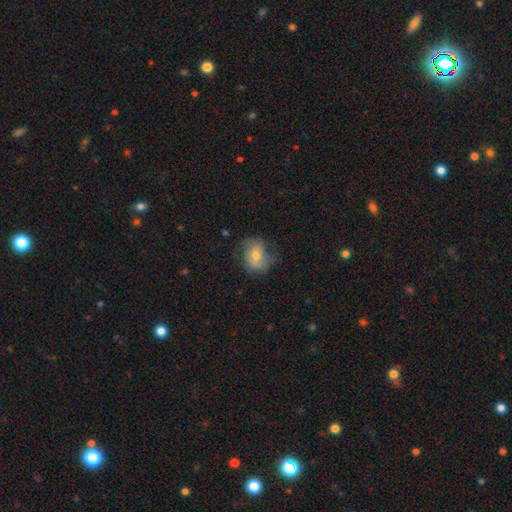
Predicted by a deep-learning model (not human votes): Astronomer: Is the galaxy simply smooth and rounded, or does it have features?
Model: smooth — 58% (runner-up: featured or disk, 33%).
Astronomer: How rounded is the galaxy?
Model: in between — 54% (runner-up: round, 45%).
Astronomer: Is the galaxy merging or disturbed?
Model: none — 56%.